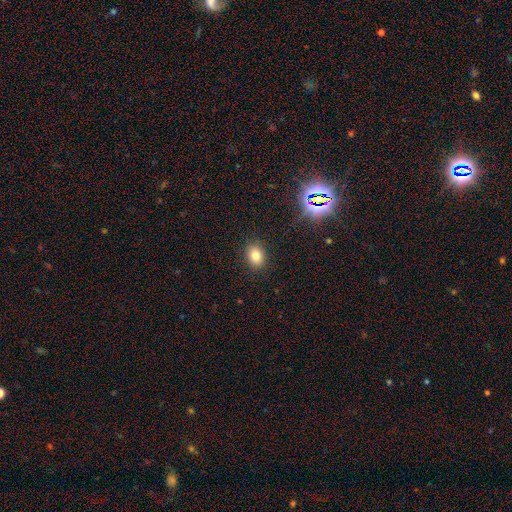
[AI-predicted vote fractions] Morphology: type=smooth (79%); roundness=in between (58%); merging=none (89%).